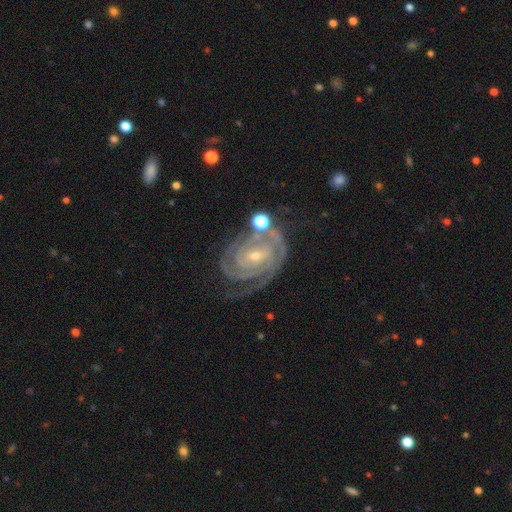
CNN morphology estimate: smooth-or-featured: featured or disk: 91% | star or artifact: 5% | smooth: 4%
  disk-edge-on: no: 97% | yes: 3%
    bar: no: 45% | weak: 36% | strong: 19%
    has-spiral-arms: yes: 98% | no: 2%
      spiral-winding: tight: 81% | medium: 16% | loose: 2%
      spiral-arm-count: 2: 51% | 3: 20% | can't tell: 13% | 4: 7% | more than 4: 4% | 1: 4%
    bulge-size: small: 74% | moderate: 22% | none: 2% | large: 1% | dominant: 1%
  merging: none: 66% | minor disturbance: 19% | major disturbance: 8% | merger: 7%